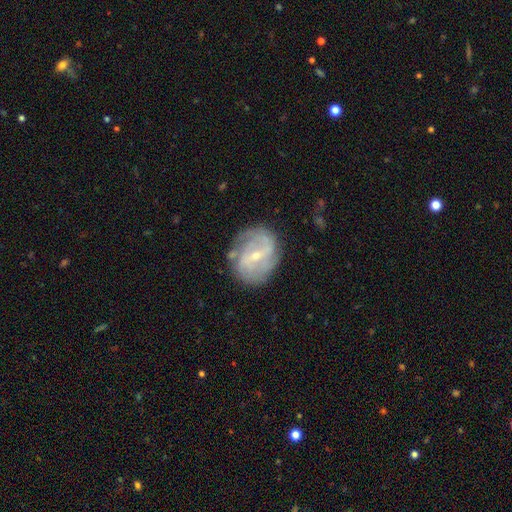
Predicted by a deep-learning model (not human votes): Q: Smooth or featured?
A: featured or disk (78%); runner-up: smooth (15%)
Q: Edge-on disk?
A: no (97%); runner-up: yes (3%)
Q: Bar?
A: weak (51%); runner-up: strong (26%)
Q: Spiral arms?
A: yes (86%); runner-up: no (14%)
Q: Spiral winding?
A: medium (41%); runner-up: tight (33%)
Q: Spiral arm count?
A: 2 (55%); runner-up: can't tell (26%)
Q: Bulge size?
A: small (69%); runner-up: moderate (28%)
Q: Merging?
A: none (70%); runner-up: minor disturbance (20%)